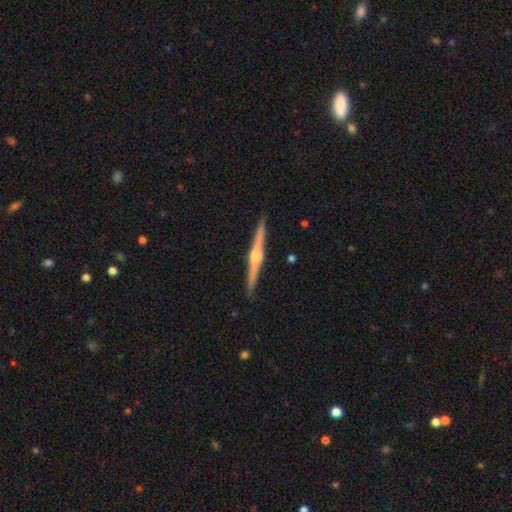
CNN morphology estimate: Smooth or featured? Predicted: featured or disk (p=0.86). Edge-on disk? Predicted: yes (p=0.99). Edge-on bulge? Predicted: rounded (p=0.92). Merging? Predicted: none (p=0.93).